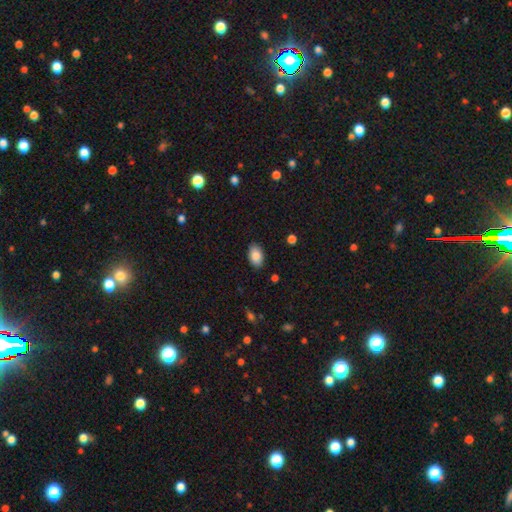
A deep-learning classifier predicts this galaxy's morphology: type=smooth (85%); roundness=in between (92%); merging=none (88%).